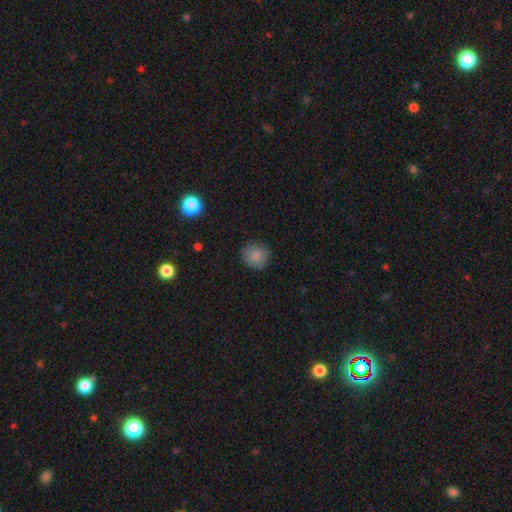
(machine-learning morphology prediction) Smooth or featured: smooth — 84% (star or artifact — 10%)
How rounded: round — 88% (in between — 11%)
Merging: none — 83% (minor disturbance — 13%)